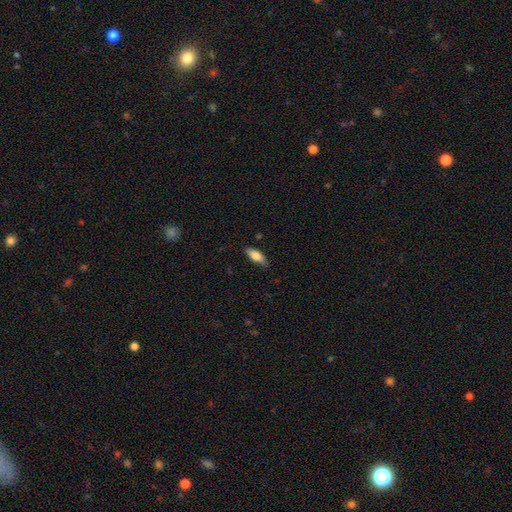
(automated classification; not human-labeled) Q: Smooth or featured?
A: smooth (79%); runner-up: featured or disk (15%)
Q: How rounded?
A: in between (72%); runner-up: cigar-shaped (26%)
Q: Merging?
A: none (81%); runner-up: minor disturbance (15%)